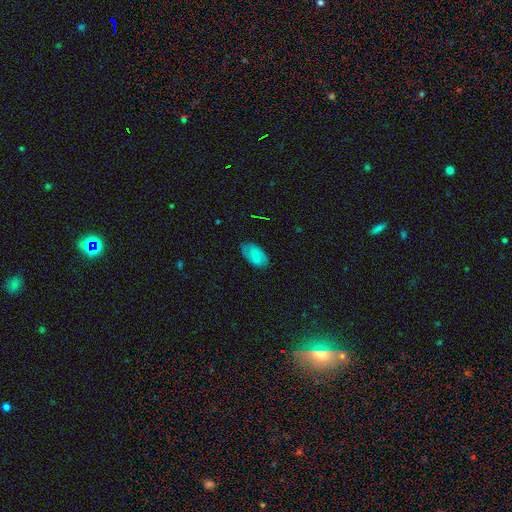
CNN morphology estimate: Overall: smooth (76%). How rounded: in between (94%). Merging: none (77%).